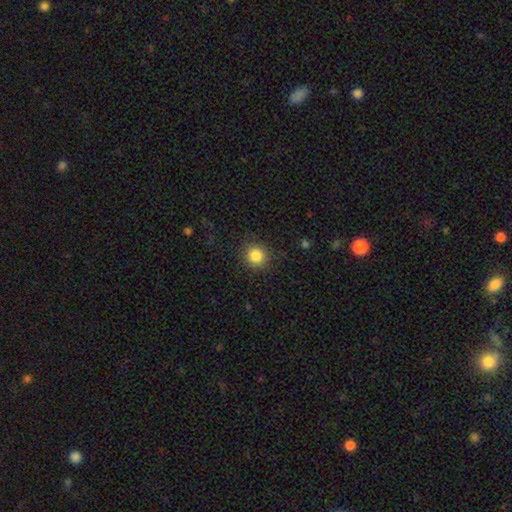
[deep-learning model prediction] This is clearly a smooth galaxy (84%). How rounded: clearly round (92%). Merging: clearly none (89%).